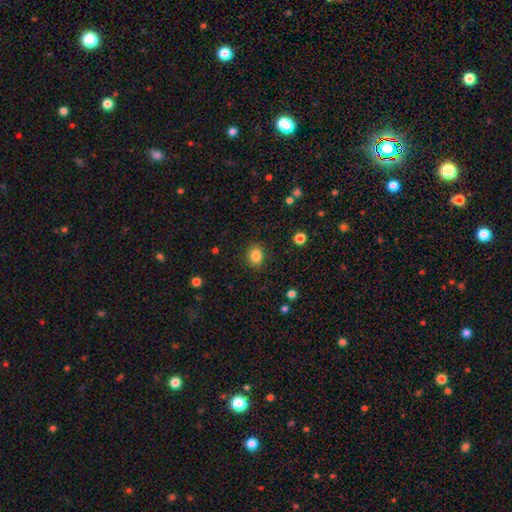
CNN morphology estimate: A smooth galaxy with no disk features (85%) that is in between round and cigar-shaped (53%). Merging: none (87%).